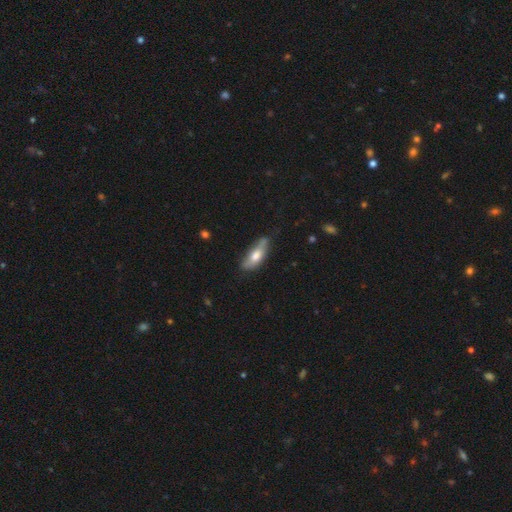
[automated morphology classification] type=smooth (63%); roundness=in between (64%); merging=none (61%).